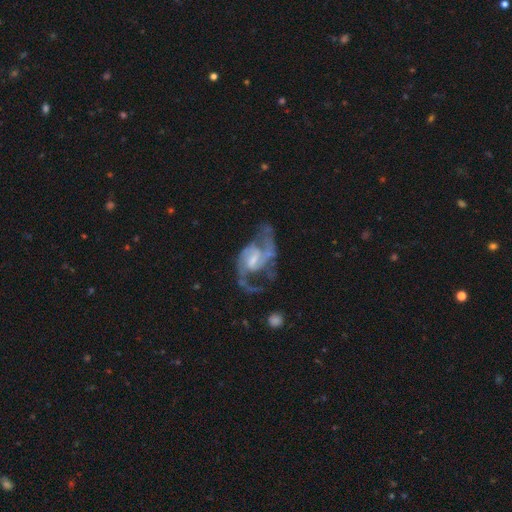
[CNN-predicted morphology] A featured or disk galaxy (88%) with a weak bar (48%), 2 (79%) medium (55%) spiral arms (96%) and a small central bulge (47%).

Vote fractions:
- Smooth or featured? featured or disk: 88% / star or artifact: 7% / smooth: 5%
- Edge-on disk? no: 97% / yes: 3%
- Bar? weak: 48% / no: 35% / strong: 17%
- Spiral arms? yes: 96% / no: 4%
- Spiral winding? medium: 55% / loose: 28% / tight: 17%
- Spiral arm count? 2: 79% / 3: 8% / can't tell: 6% / 1: 3% / 4: 2% / more than 4: 2%
- Bulge size? small: 47% / moderate: 35% / none: 12% / large: 5% / dominant: 1%
- Merging? none: 57% / major disturbance: 21% / minor disturbance: 18% / merger: 4%